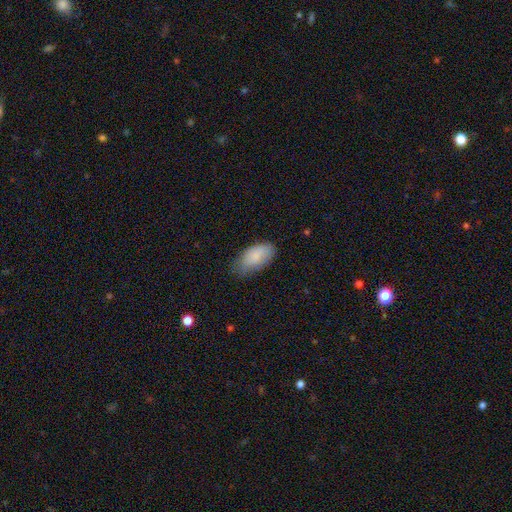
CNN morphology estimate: smooth 85%, featured or disk 9%, star or artifact 6%. Down the decision tree: how rounded — in between (93%); merging — none (63%).